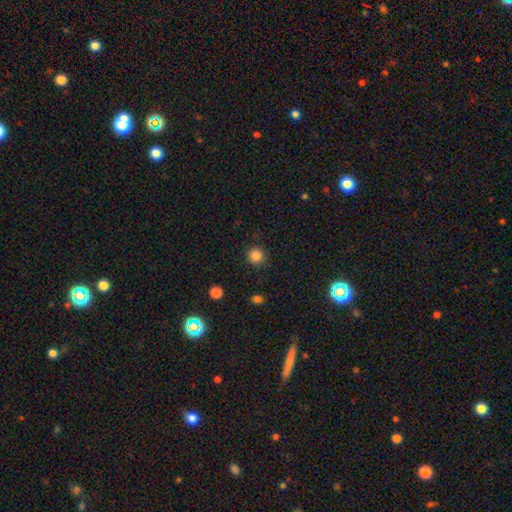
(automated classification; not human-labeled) Overall: smooth (84%). How rounded: round (95%). Merging: none (91%).